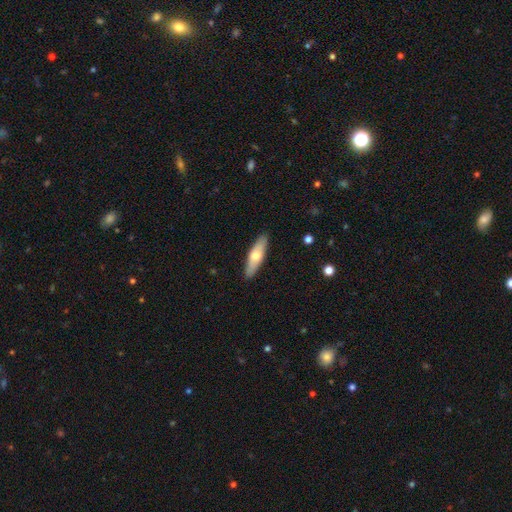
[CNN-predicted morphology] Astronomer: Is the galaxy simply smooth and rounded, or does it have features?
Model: smooth — 59% (runner-up: featured or disk, 36%).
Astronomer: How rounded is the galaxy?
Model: cigar-shaped — 60% (runner-up: in between, 38%).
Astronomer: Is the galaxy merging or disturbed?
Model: none — 90%.